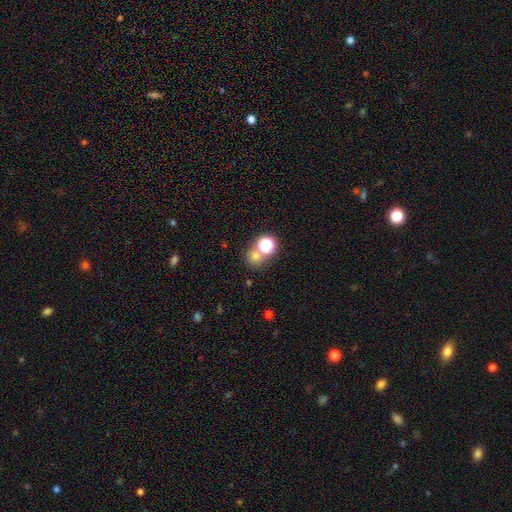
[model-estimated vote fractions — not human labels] Q: Smooth or featured?
A: smooth (64%); runner-up: star or artifact (28%)
Q: How rounded?
A: round (83%); runner-up: in between (16%)
Q: Merging?
A: none (59%); runner-up: merger (29%)